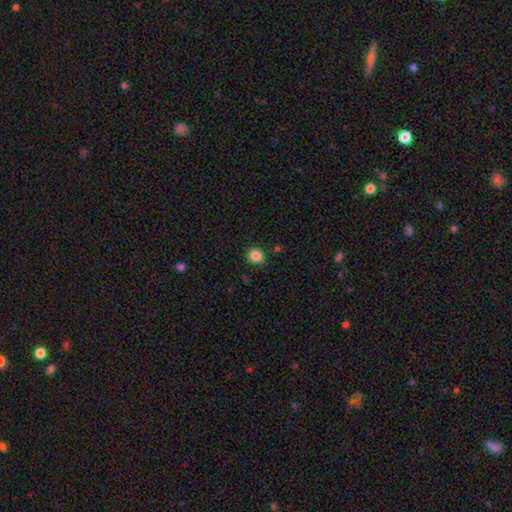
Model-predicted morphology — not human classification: A smooth galaxy with no disk features (86%) that is round (86%). Merging: none (89%).